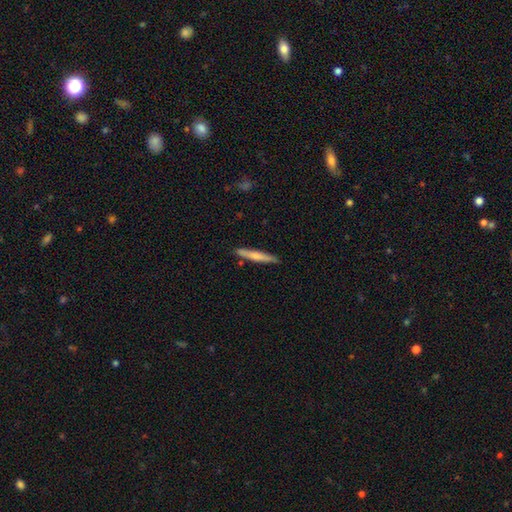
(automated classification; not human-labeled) This appears to be a smooth galaxy with no disk features (60%) that is cigar-shaped (94%). Merging: none (87%).